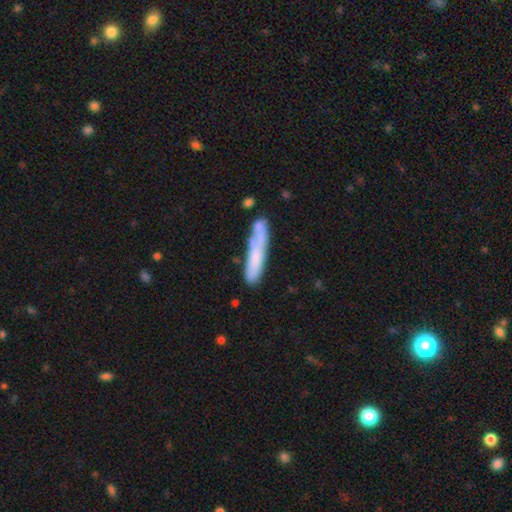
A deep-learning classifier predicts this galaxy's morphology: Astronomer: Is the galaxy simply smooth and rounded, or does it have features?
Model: smooth — 62%.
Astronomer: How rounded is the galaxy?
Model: cigar-shaped — 87%.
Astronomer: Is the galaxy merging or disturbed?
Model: none — 60%.